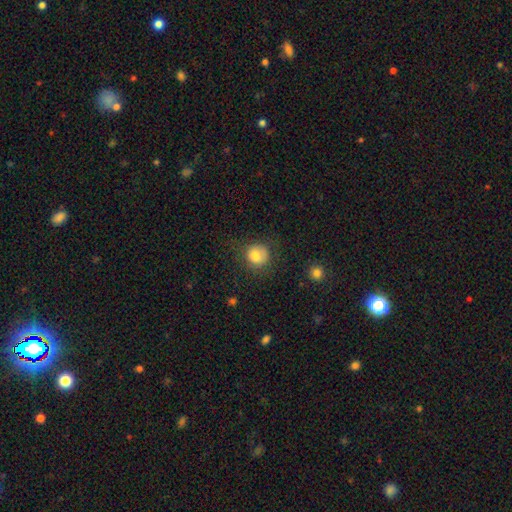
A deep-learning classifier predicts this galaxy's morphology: Overall: smooth (79%). How rounded: round (86%). Merging: none (71%).